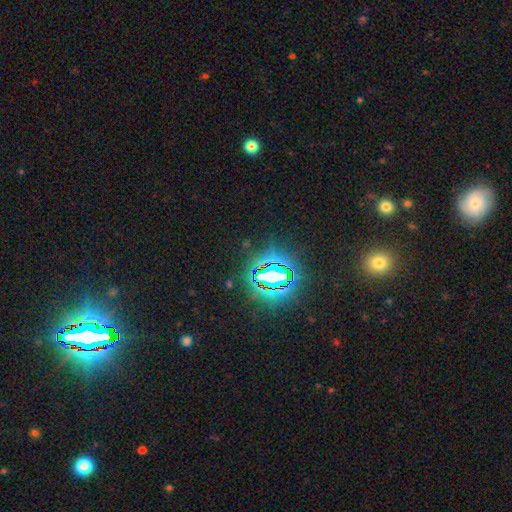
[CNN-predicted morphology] The model was most divided on "smooth or featured": star or artifact: 84%, smooth: 9%, featured or disk: 7%.